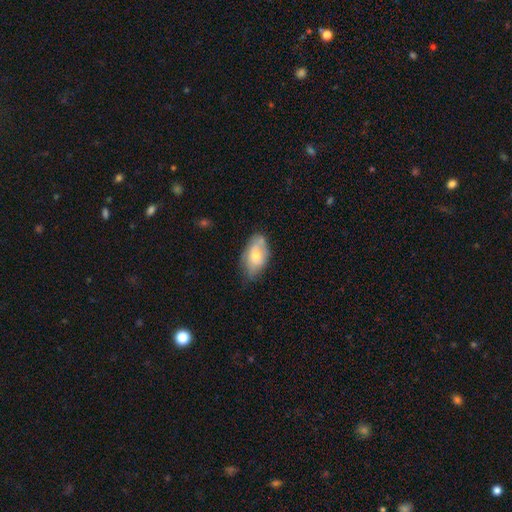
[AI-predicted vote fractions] Smooth or featured?
  - smooth: 57% *
  - featured or disk: 35%
  - star or artifact: 8%
How rounded?
  - in between: 92% *
  - round: 5%
  - cigar-shaped: 3%
Merging?
  - none: 63% *
  - minor disturbance: 29%
  - major disturbance: 6%
  - merger: 3%